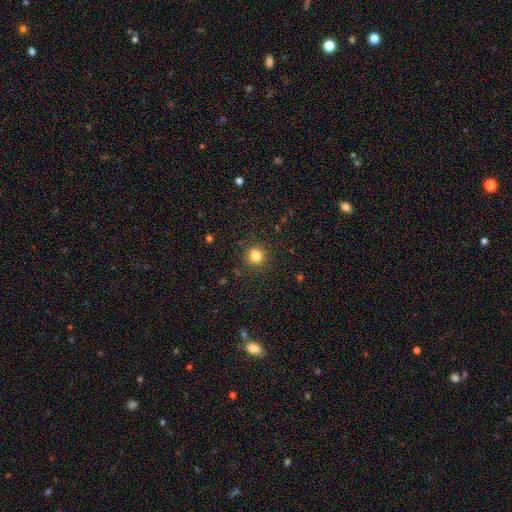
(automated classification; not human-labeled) smooth 82%, star or artifact 12%, featured or disk 5%. Down the decision tree: how rounded — round (88%); merging — none (88%).